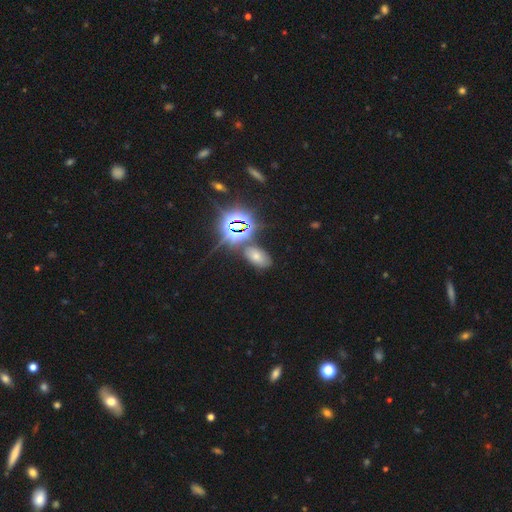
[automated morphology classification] Smooth or featured: star or artifact — 54% (smooth — 33%)